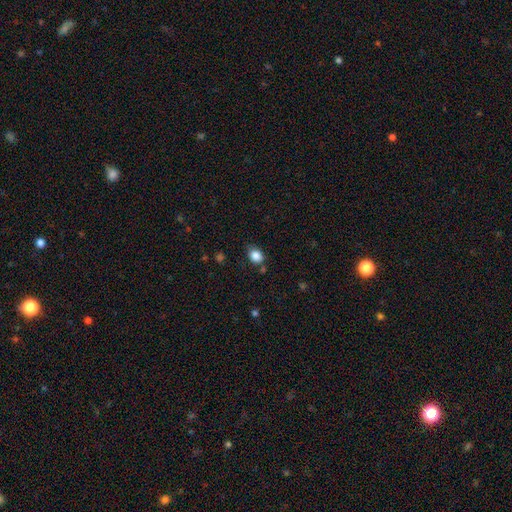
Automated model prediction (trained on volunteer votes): Morphology: type=smooth (85%); roundness=in between (61%); merging=none (75%).